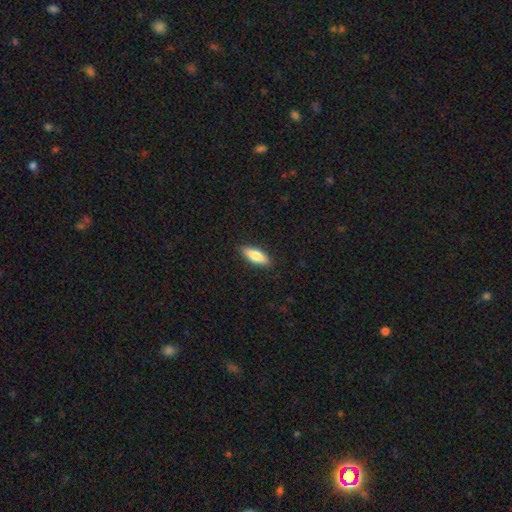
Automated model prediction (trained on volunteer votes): Smooth or featured? smooth (80%)
How rounded? in between (64%)
Merging? none (88%)